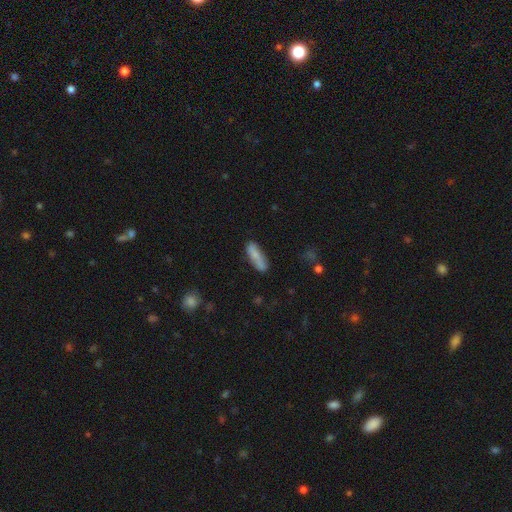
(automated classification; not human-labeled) Smooth or featured? smooth (75%)
How rounded? cigar-shaped (58%)
Merging? none (78%)